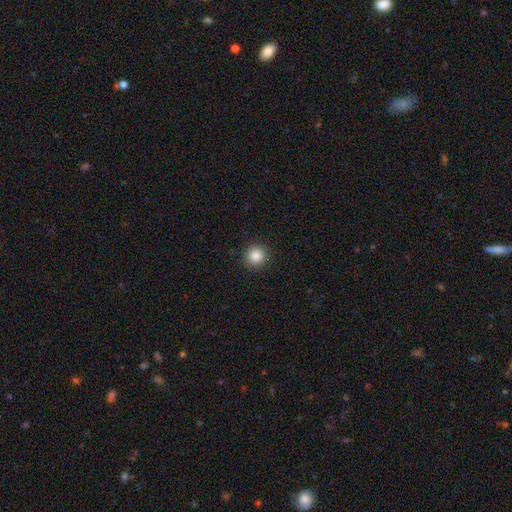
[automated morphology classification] Smooth or featured?
  - smooth: 86% *
  - star or artifact: 10%
  - featured or disk: 4%
How rounded?
  - round: 94% *
  - in between: 5%
  - cigar-shaped: 1%
Merging?
  - none: 92% *
  - minor disturbance: 5%
  - major disturbance: 2%
  - merger: 1%